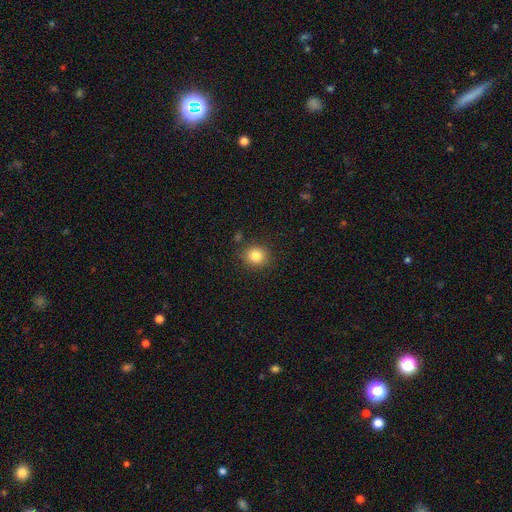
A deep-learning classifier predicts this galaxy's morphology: A smooth galaxy with no disk features (82%) that is round (82%). Merging: none (86%).